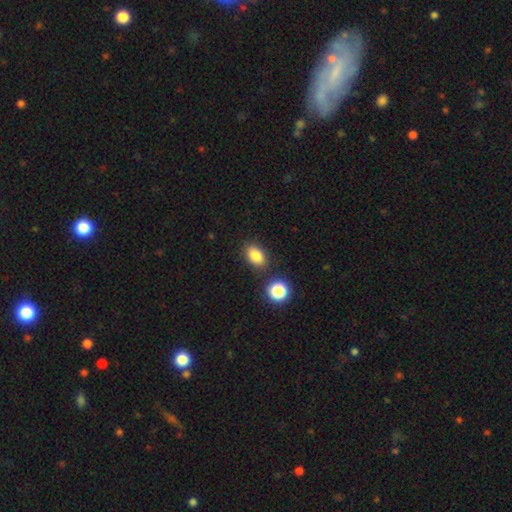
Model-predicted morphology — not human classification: smooth_or_featured: smooth (p=0.84) [alt: star or artifact p=0.11]
how_rounded: in between (p=0.83) [alt: round p=0.15]
merging: none (p=0.83) [alt: minor disturbance p=0.10]